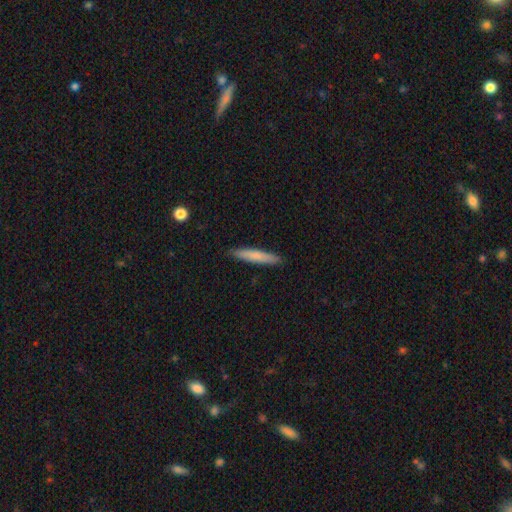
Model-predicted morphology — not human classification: type=smooth (73%); roundness=cigar-shaped (93%); merging=none (90%).